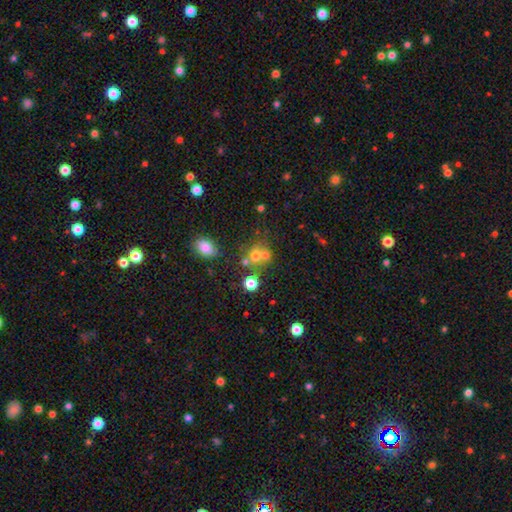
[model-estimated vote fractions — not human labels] smooth_or_featured: smooth (p=0.64) [alt: star or artifact p=0.19]
how_rounded: round (p=0.74) [alt: in between p=0.25]
merging: none (p=0.44) [alt: merger p=0.41]